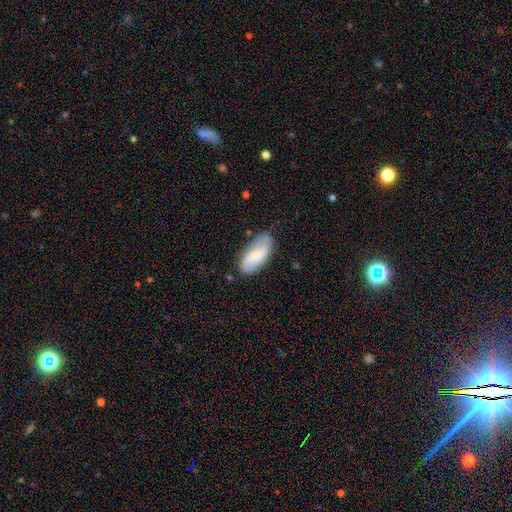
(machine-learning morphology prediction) smooth_or_featured: smooth (p=0.47) [alt: featured or disk p=0.46]
merging: none (p=0.75) [alt: minor disturbance p=0.19]